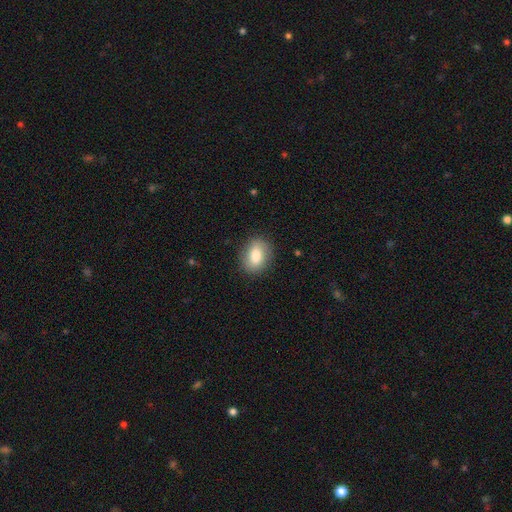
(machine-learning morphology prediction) Smooth or featured? smooth (82%)
How rounded? in between (70%)
Merging? none (86%)